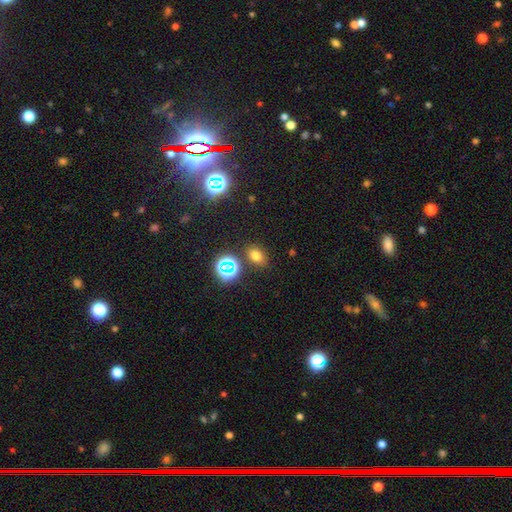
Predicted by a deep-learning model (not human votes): smooth-or-featured: smooth: 70% | star or artifact: 22% | featured or disk: 7%
  how-rounded: in between: 71% | round: 27% | cigar-shaped: 2%
  merging: none: 81% | minor disturbance: 11% | merger: 5% | major disturbance: 3%